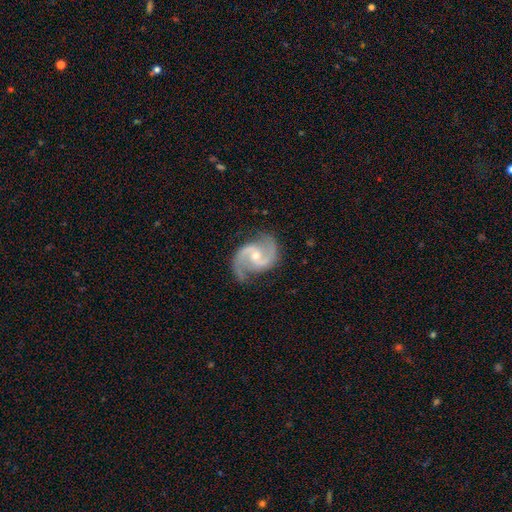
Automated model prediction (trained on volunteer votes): featured or disk 92%, star or artifact 4%, smooth 4%. Down the decision tree: edge-on disk — no (98%); bar — no (44%); spiral arms — yes (98%); spiral arm count — 2 (93%); spiral winding — medium (59%); bulge size — small (49%); merging — none (80%).